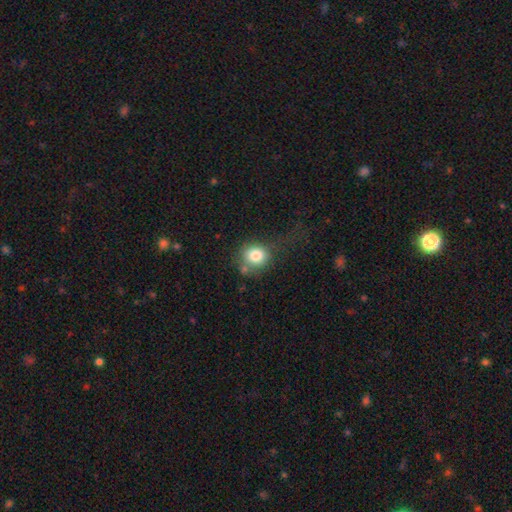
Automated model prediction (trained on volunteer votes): A smooth galaxy with no disk features (80%) that is round (81%).

Vote fractions:
- Smooth or featured? smooth: 80% / star or artifact: 10% / featured or disk: 9%
- How rounded? round: 81% / in between: 18% / cigar-shaped: 1%
- Merging? none: 59% / minor disturbance: 20% / major disturbance: 13% / merger: 8%